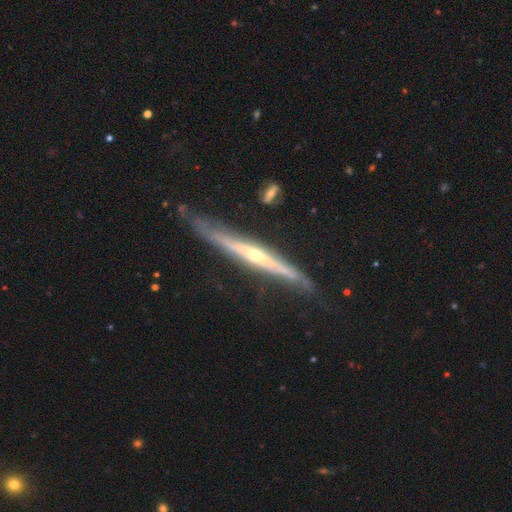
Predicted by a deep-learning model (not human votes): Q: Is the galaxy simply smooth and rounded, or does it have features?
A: featured or disk — 82%.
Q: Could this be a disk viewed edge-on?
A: yes — 91%.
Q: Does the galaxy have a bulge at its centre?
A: rounded — 72%.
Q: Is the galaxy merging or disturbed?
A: none — 69%.